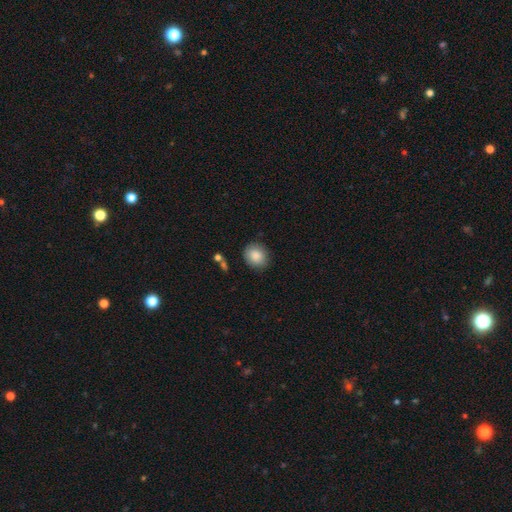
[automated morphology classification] Smooth or featured: smooth — 86% (star or artifact — 8%)
How rounded: round — 73% (in between — 26%)
Merging: none — 83% (minor disturbance — 12%)